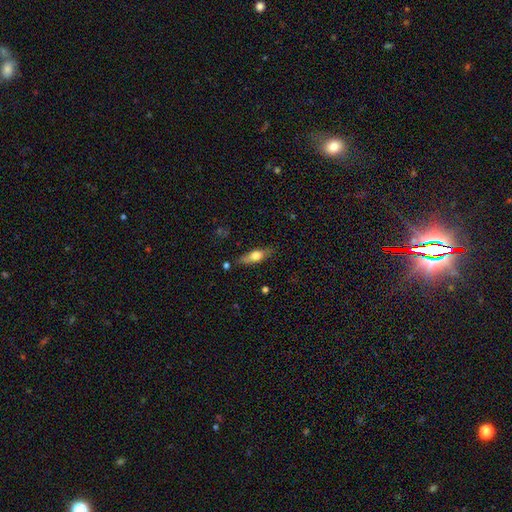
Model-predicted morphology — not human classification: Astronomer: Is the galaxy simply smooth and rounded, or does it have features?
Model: smooth — 60%.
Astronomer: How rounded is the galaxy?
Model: in between — 55% (runner-up: cigar-shaped, 41%).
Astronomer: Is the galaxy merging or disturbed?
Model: none — 74%.